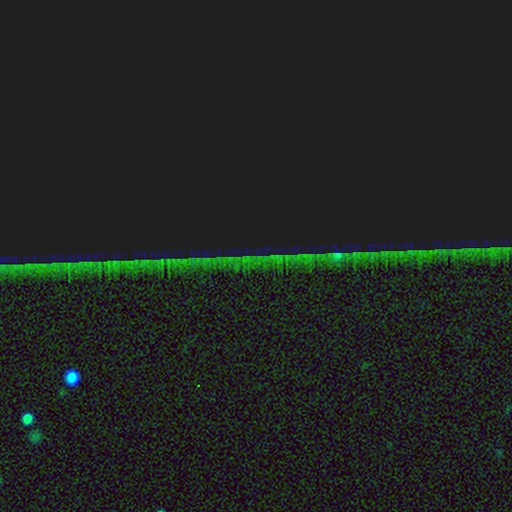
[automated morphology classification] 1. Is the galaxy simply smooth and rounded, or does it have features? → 83% star or artifact, 9% featured or disk, 8% smooth.